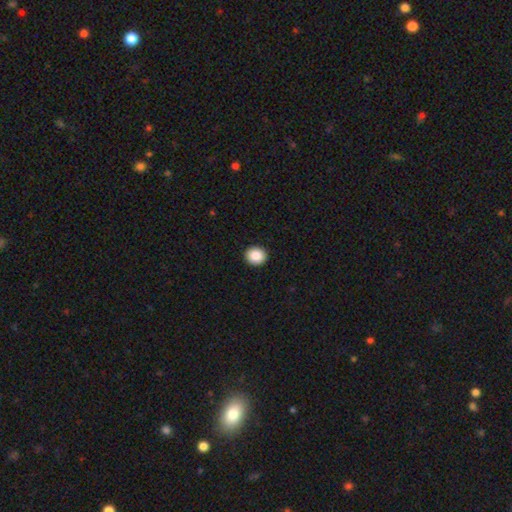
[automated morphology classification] This is clearly a smooth galaxy (89%). How rounded: likely round (77%). Merging: clearly none (92%).